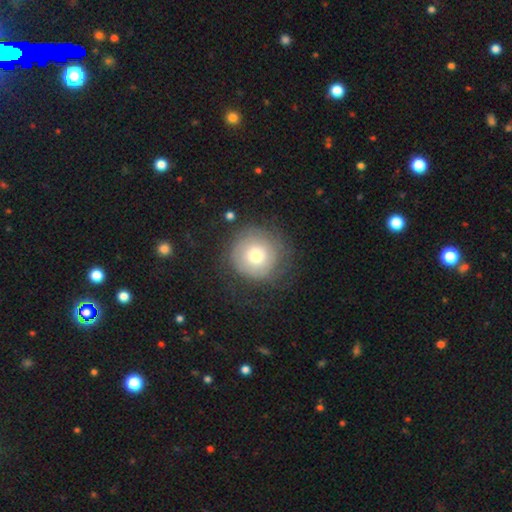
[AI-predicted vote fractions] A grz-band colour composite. It shows a smooth galaxy with no disk features (62%) that is round (95%). Merging: none (69%).